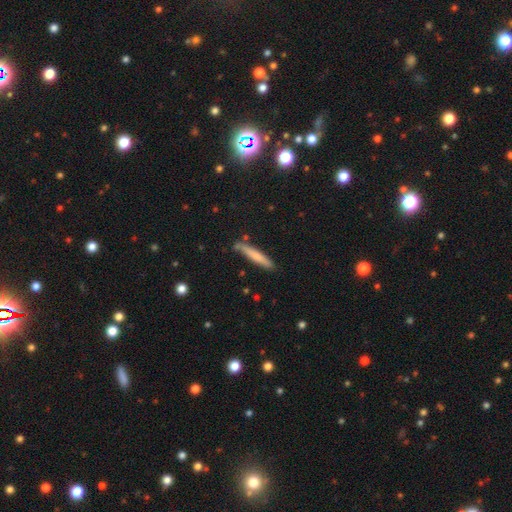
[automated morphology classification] Smooth or featured? smooth (70%)
How rounded? cigar-shaped (93%)
Merging? none (79%)